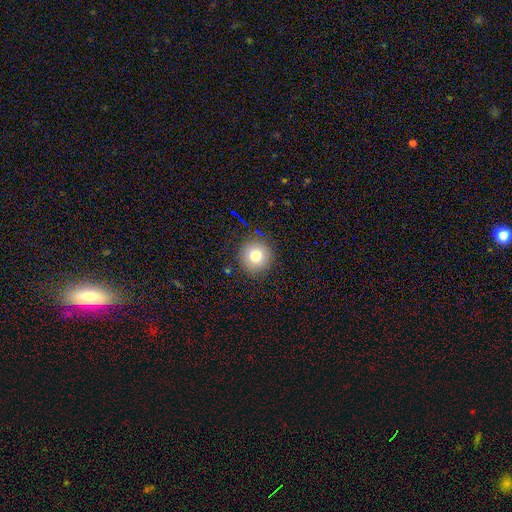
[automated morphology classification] Overall: smooth (78%). How rounded: round (94%). Merging: none (88%).